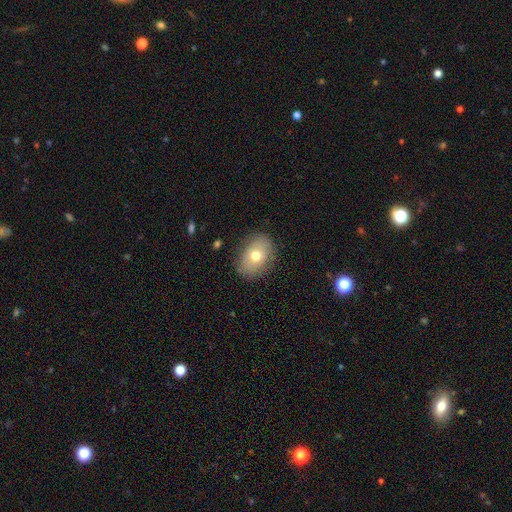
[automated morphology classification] smooth 68%, featured or disk 24%, star or artifact 8%. Down the decision tree: how rounded — in between (78%); merging — none (83%).